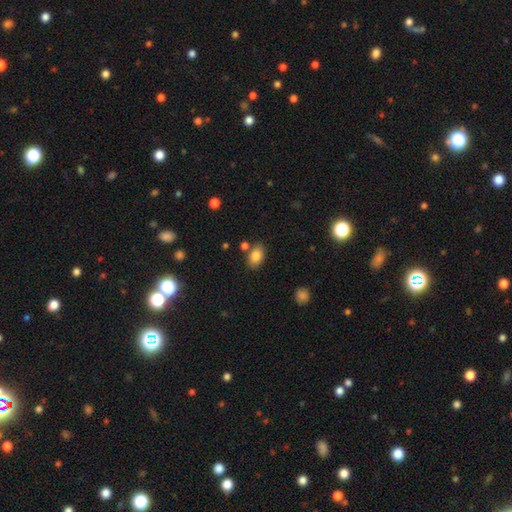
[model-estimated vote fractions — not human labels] smooth-or-featured: smooth: 83% | star or artifact: 9% | featured or disk: 8%
  how-rounded: in between: 88% | round: 11% | cigar-shaped: 1%
  merging: none: 77% | minor disturbance: 12% | merger: 8% | major disturbance: 3%